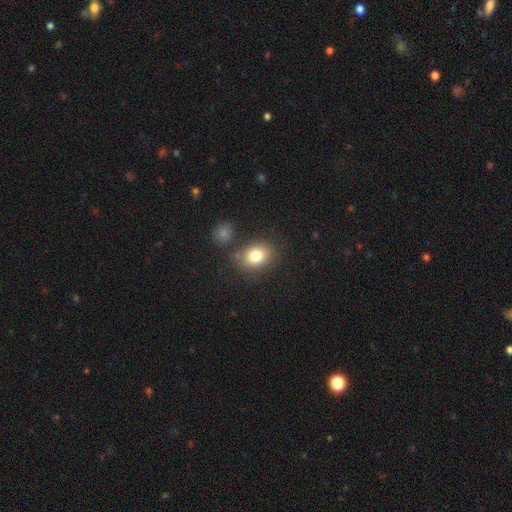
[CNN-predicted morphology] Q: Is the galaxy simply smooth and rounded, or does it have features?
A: smooth — 81%.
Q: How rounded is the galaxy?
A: in between — 58%.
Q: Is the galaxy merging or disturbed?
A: none — 75%.